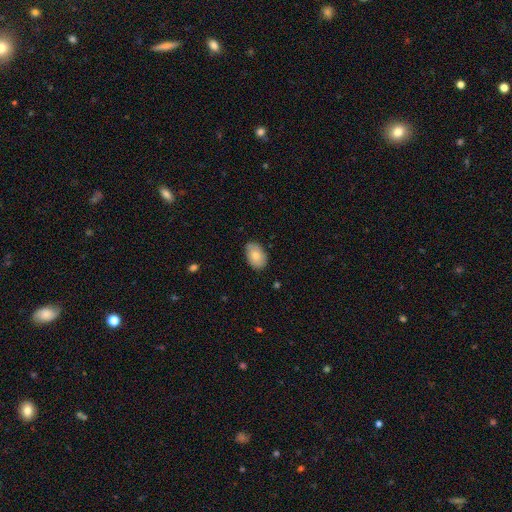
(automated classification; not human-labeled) The model was most divided on "smooth or featured": smooth: 75%, featured or disk: 19%, star or artifact: 6%. More confident: how rounded — in between (88%); merging — none (82%).